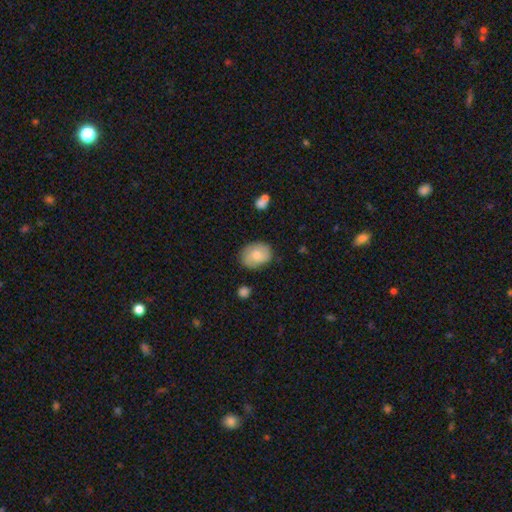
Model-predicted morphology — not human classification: smooth-or-featured: smooth: 57% | featured or disk: 36% | star or artifact: 7%
  how-rounded: in between: 60% | round: 39% | cigar-shaped: 1%
  merging: none: 75% | minor disturbance: 19% | major disturbance: 5% | merger: 2%